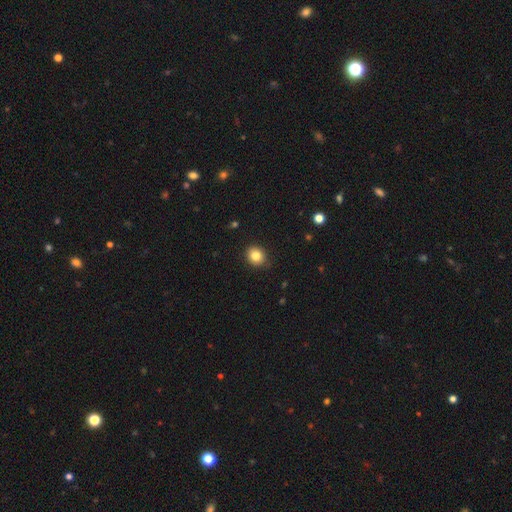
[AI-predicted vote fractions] Smooth or featured?
  - smooth: 83% *
  - star or artifact: 10%
  - featured or disk: 6%
How rounded?
  - round: 67% *
  - in between: 32%
  - cigar-shaped: 1%
Merging?
  - none: 87% *
  - minor disturbance: 10%
  - major disturbance: 2%
  - merger: 1%